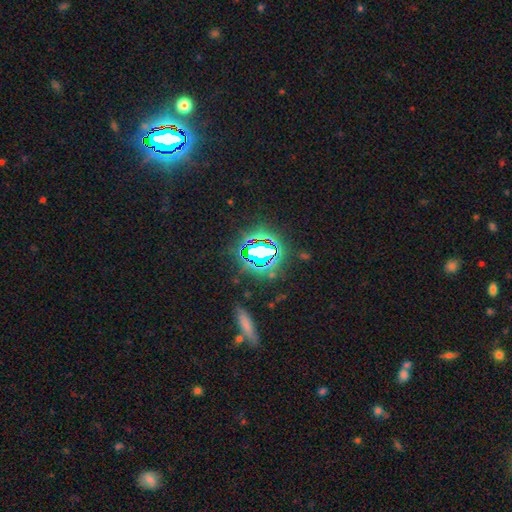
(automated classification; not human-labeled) Overall: star or artifact (76%).